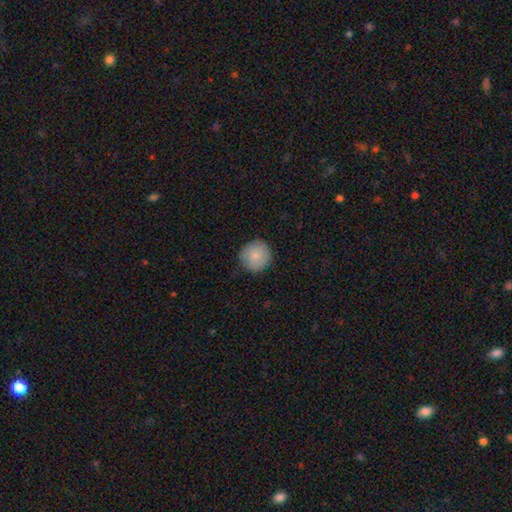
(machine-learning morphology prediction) The model was most divided on "smooth or featured": smooth: 83%, featured or disk: 10%, star or artifact: 7%. More confident: how rounded — round (94%); merging — none (86%).